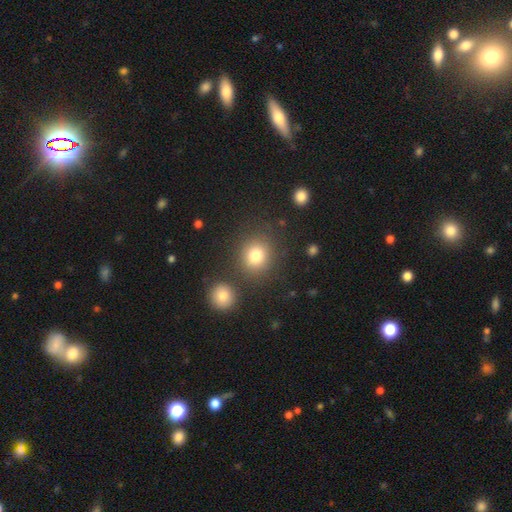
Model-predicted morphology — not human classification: A smooth galaxy with no disk features (79%) that is round (84%).

Vote fractions:
- Smooth or featured? smooth: 79% / star or artifact: 13% / featured or disk: 7%
- How rounded? round: 84% / in between: 15% / cigar-shaped: 1%
- Merging? none: 81% / minor disturbance: 8% / merger: 7% / major disturbance: 4%